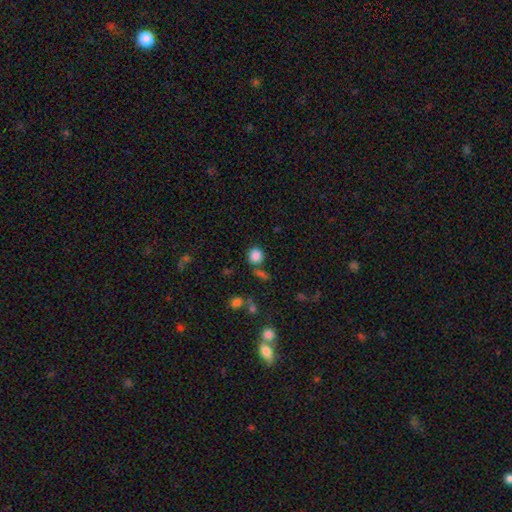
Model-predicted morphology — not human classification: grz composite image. It shows a smooth galaxy with no disk features (84%) that is round (87%). Merging: none (71%).